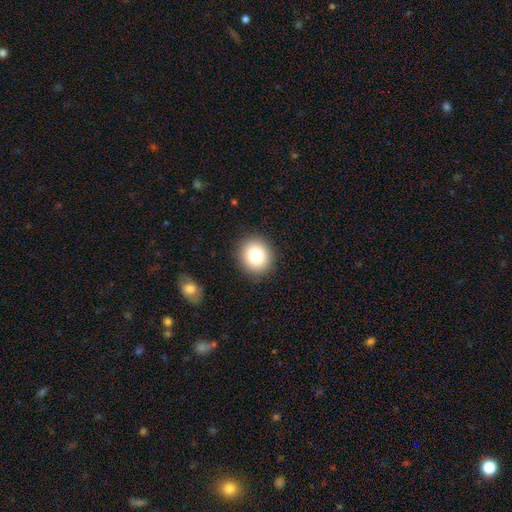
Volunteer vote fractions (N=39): A smooth galaxy with no disk features (87%) that is round (85%). Merging: none (89%).